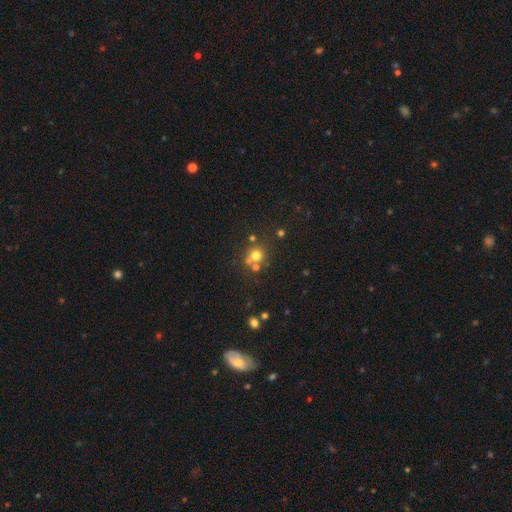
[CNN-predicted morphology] smooth_or_featured: smooth (p=0.70) [alt: star or artifact p=0.19]
how_rounded: round (p=0.87) [alt: in between p=0.12]
merging: none (p=0.59) [alt: merger p=0.27]